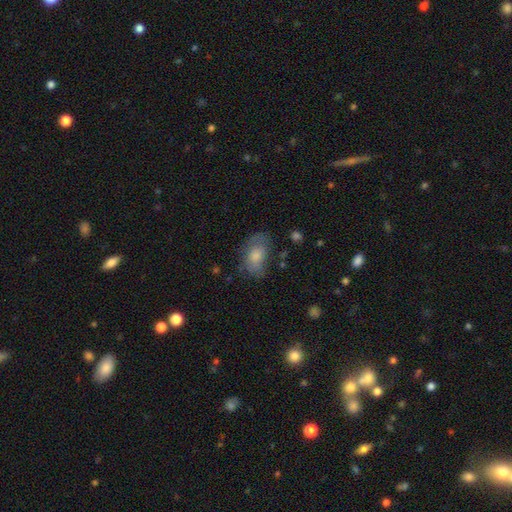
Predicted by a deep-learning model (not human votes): Smooth or featured? Predicted: smooth (p=0.59). How rounded? Predicted: in between (p=0.85). Merging? Predicted: none (p=0.59).